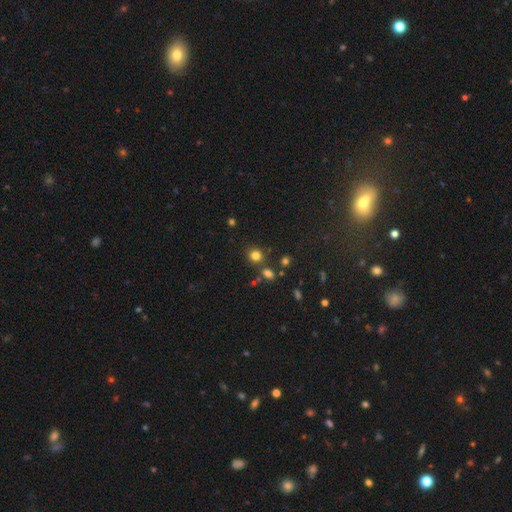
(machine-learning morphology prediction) smooth_or_featured: smooth (p=0.77) [alt: star or artifact p=0.17]
how_rounded: round (p=0.82) [alt: in between p=0.17]
merging: none (p=0.78) [alt: minor disturbance p=0.09]